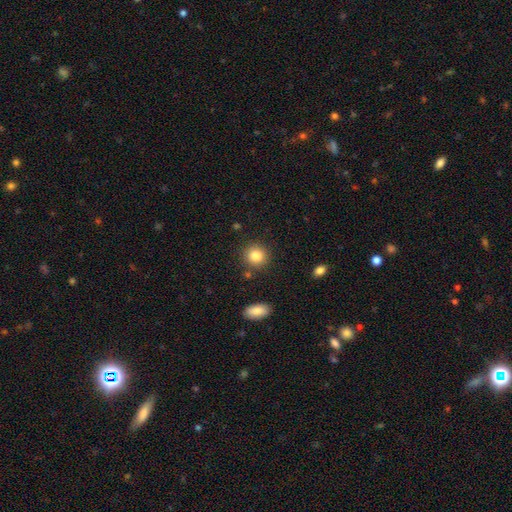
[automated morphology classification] Smooth or featured: smooth — 84% (star or artifact — 10%)
How rounded: round — 89% (in between — 10%)
Merging: none — 87% (minor disturbance — 7%)